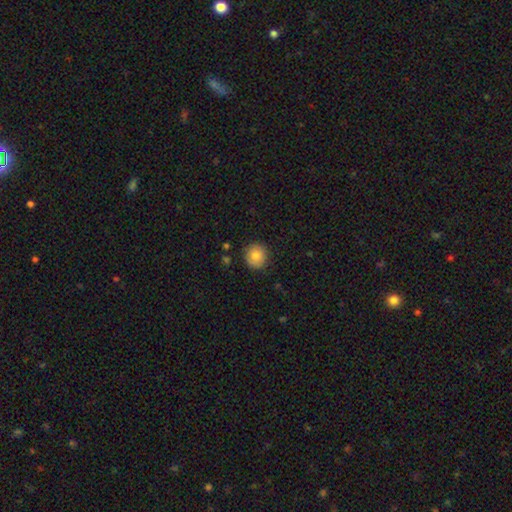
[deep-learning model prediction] smooth 82%, featured or disk 10%, star or artifact 9%. Down the decision tree: how rounded — round (89%); merging — none (87%).